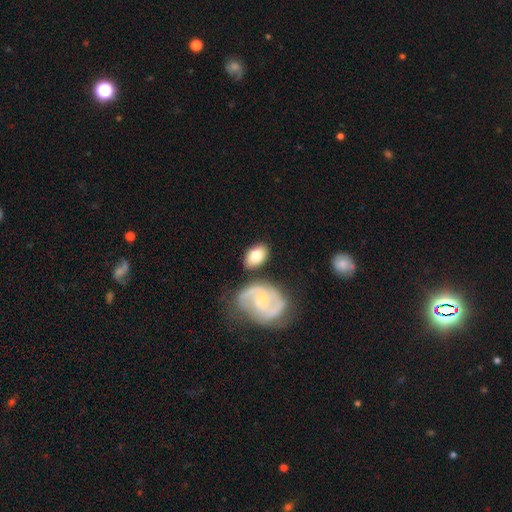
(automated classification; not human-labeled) Q: Smooth or featured?
A: smooth (68%); runner-up: featured or disk (27%)
Q: How rounded?
A: in between (86%); runner-up: round (12%)
Q: Merging?
A: none (70%); runner-up: minor disturbance (15%)